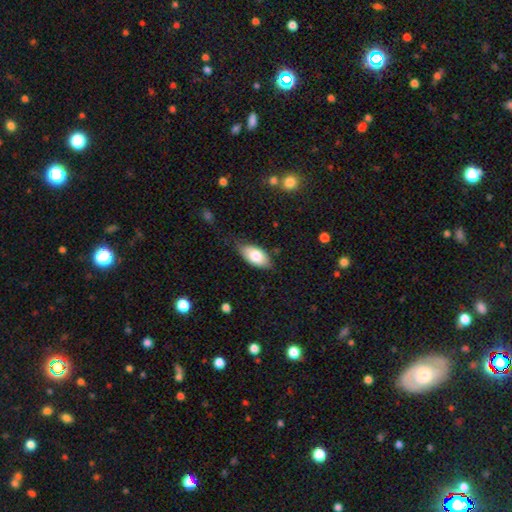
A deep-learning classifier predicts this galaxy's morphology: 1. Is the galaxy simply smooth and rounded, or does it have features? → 79% smooth, 15% featured or disk, 6% star or artifact.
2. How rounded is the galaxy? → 93% in between, 4% cigar-shaped, 3% round.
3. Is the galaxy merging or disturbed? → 74% none, 21% minor disturbance, 4% major disturbance, 1% merger.